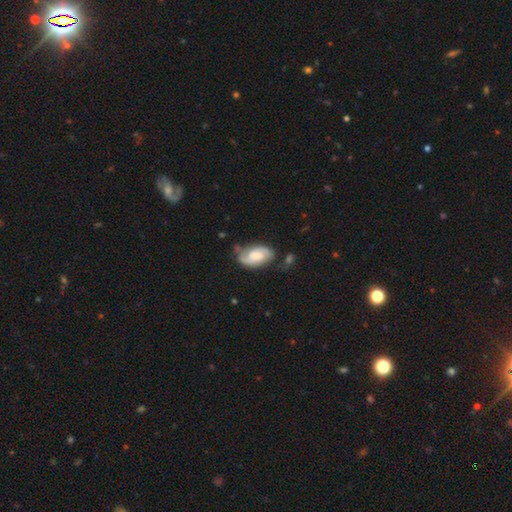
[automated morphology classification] Smooth or featured? featured or disk (62%)
Edge-on disk? no (96%)
Bar? no (56%)
Spiral arms? yes (90%)
Spiral winding? medium (42%)
Spiral arm count? 2 (77%)
Bulge size? moderate (41%)
Merging? none (55%)